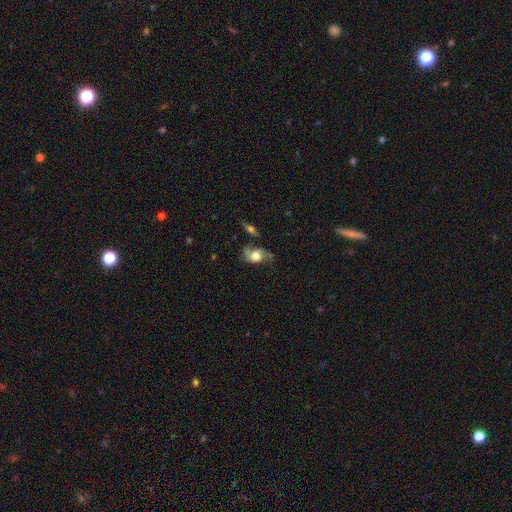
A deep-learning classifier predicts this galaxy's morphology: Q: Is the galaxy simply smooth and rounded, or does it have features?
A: featured or disk — 60%.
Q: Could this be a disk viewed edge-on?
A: no — 94%.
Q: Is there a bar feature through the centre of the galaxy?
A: no — 72%.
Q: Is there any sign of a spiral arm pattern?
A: yes — 85%.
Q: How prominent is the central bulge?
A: large — 49%.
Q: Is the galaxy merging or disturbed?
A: none — 41%.